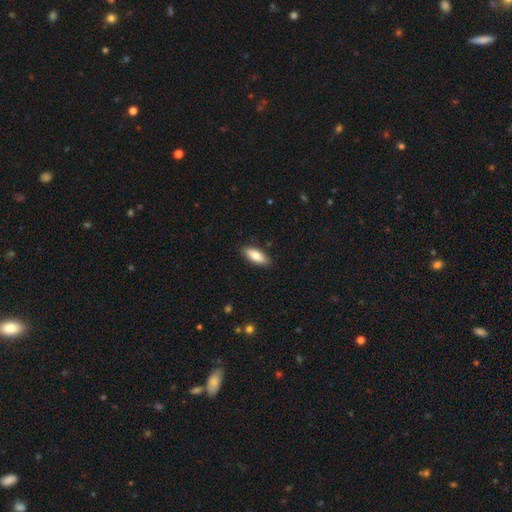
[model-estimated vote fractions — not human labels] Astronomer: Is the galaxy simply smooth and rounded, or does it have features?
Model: smooth — 82%.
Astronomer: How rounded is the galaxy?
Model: in between — 77%.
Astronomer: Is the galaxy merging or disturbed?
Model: none — 88%.